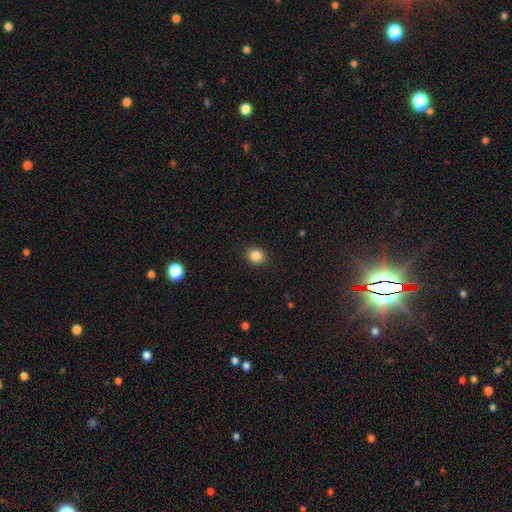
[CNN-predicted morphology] Q: Smooth or featured?
A: smooth (86%); runner-up: star or artifact (10%)
Q: How rounded?
A: round (67%); runner-up: in between (32%)
Q: Merging?
A: none (90%); runner-up: minor disturbance (7%)